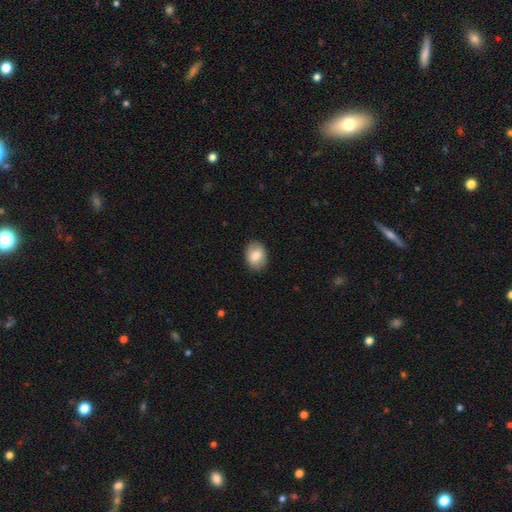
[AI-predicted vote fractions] smooth 82%, featured or disk 11%, star or artifact 7%. Down the decision tree: how rounded — in between (70%); merging — none (87%).